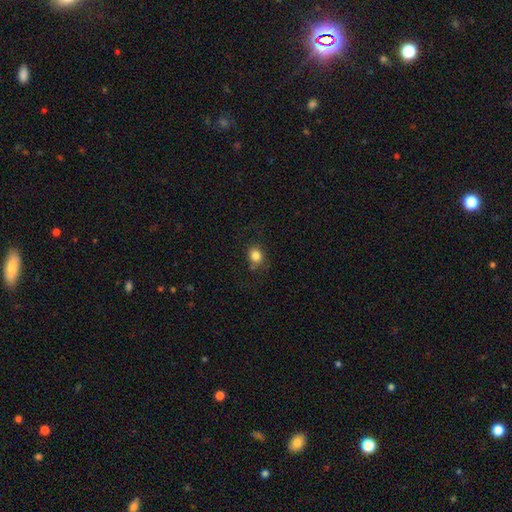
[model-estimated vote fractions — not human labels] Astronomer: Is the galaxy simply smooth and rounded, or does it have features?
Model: smooth — 83%.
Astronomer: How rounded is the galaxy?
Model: round — 70%.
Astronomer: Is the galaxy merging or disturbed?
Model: none — 74%.